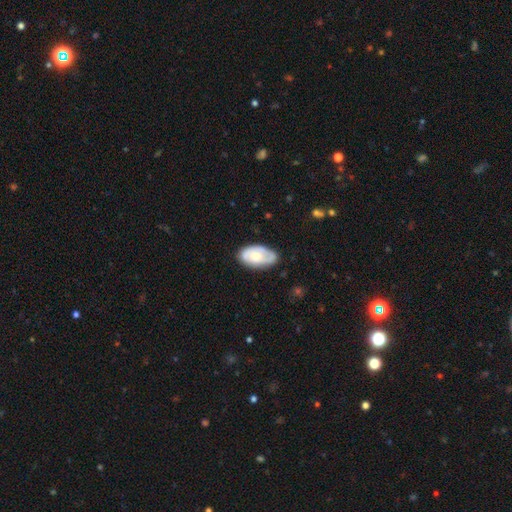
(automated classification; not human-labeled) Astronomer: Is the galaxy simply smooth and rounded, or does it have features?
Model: smooth — 49% (runner-up: featured or disk, 45%).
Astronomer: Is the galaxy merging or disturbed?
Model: none — 71%.